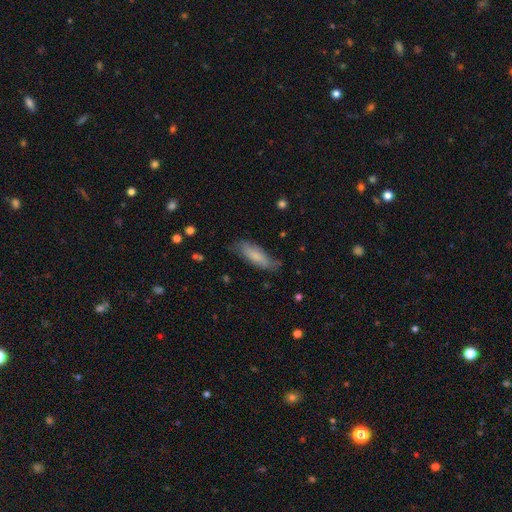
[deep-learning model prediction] Q: Smooth or featured?
A: smooth (76%); runner-up: featured or disk (18%)
Q: How rounded?
A: in between (52%); runner-up: cigar-shaped (46%)
Q: Merging?
A: none (70%); runner-up: minor disturbance (23%)